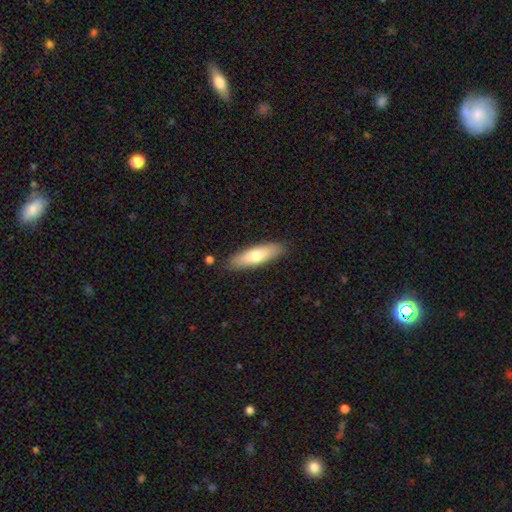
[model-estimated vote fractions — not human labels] This appears to be a smooth galaxy with no disk features (66%) that is cigar-shaped (59%). Merging: none (87%).